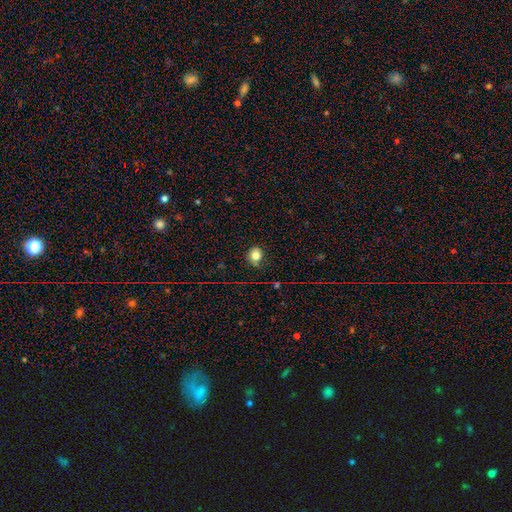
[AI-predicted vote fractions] This is likely a smooth galaxy (79%). How rounded: likely round (80%). Merging: clearly none (81%).